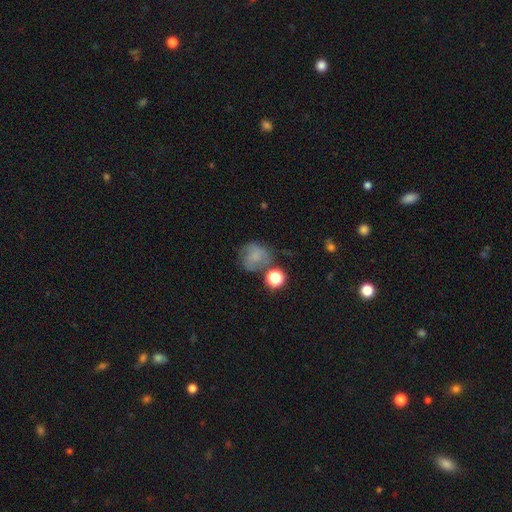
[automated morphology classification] A smooth galaxy with no disk features (58%) that is round (73%).

Vote fractions:
- Smooth or featured? smooth: 58% / featured or disk: 26% / star or artifact: 16%
- How rounded? round: 73% / in between: 26% / cigar-shaped: 1%
- Merging? none: 46% / minor disturbance: 24% / major disturbance: 19% / merger: 11%